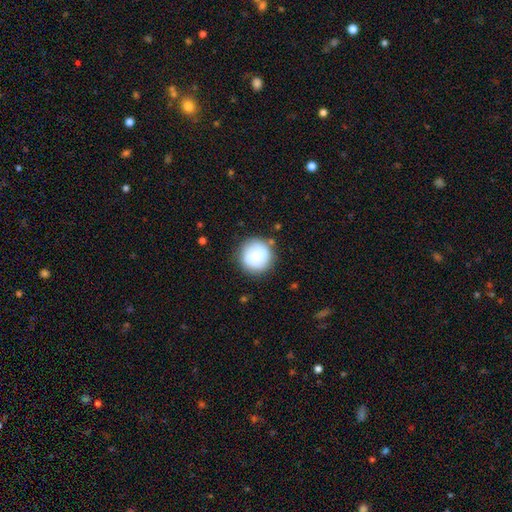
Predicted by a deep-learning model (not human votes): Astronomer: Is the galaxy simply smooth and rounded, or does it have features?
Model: smooth — 72%.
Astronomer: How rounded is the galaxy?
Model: round — 94%.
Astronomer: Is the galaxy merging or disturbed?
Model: none — 79%.